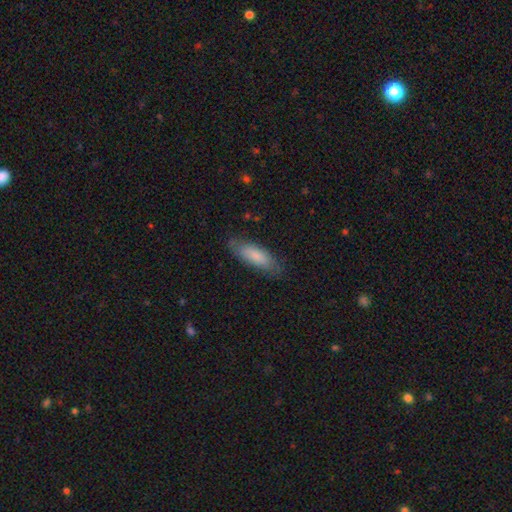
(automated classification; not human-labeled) This is clearly a smooth galaxy (80%). How rounded: possibly in between (60%). Merging: likely none (78%).